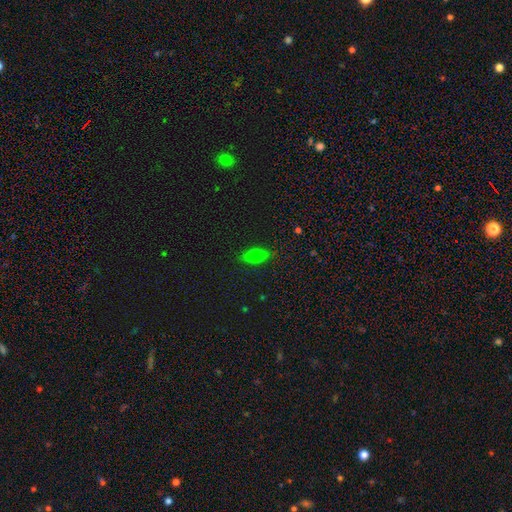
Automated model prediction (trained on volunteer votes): Q: Smooth or featured?
A: smooth (74%); runner-up: featured or disk (15%)
Q: How rounded?
A: in between (79%); runner-up: cigar-shaped (16%)
Q: Merging?
A: none (85%); runner-up: minor disturbance (11%)